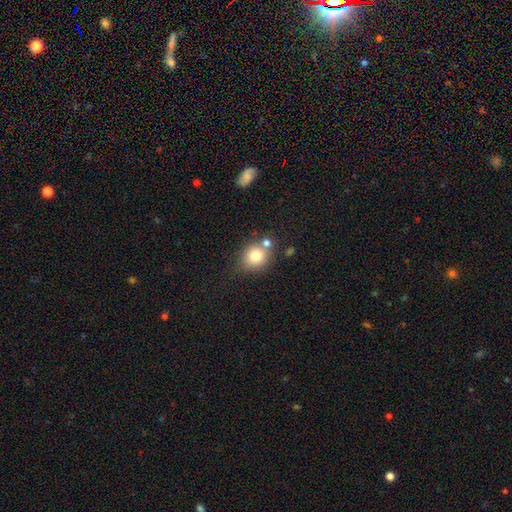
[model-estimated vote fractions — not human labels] smooth-or-featured: smooth: 79% | star or artifact: 11% | featured or disk: 11%
  how-rounded: round: 71% | in between: 28% | cigar-shaped: 1%
  merging: none: 64% | merger: 18% | minor disturbance: 13% | major disturbance: 4%